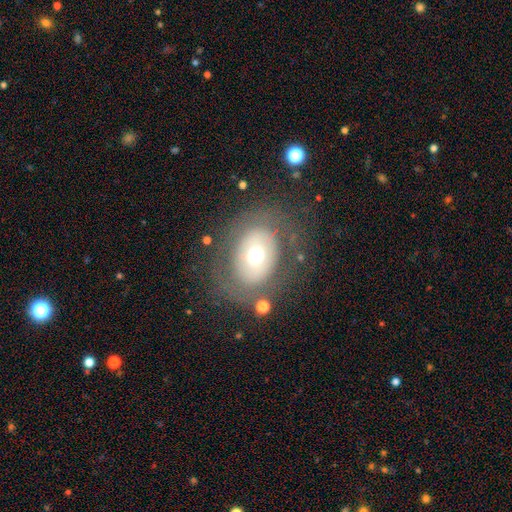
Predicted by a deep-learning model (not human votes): This is possibly a smooth galaxy (49%). Merging: likely none (71%).